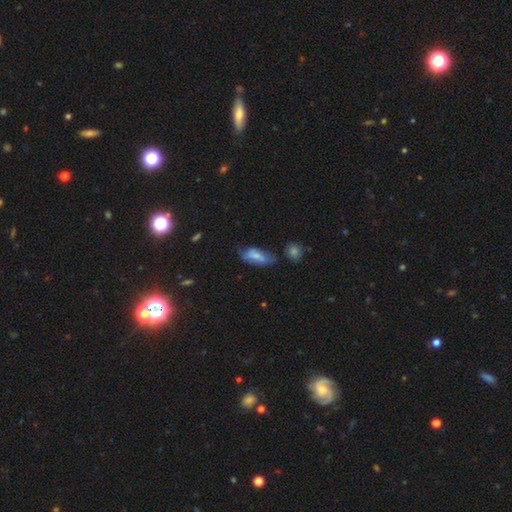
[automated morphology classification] Smooth or featured? Predicted: smooth (p=0.65). How rounded? Predicted: in between (p=0.83). Merging? Predicted: none (p=0.46).